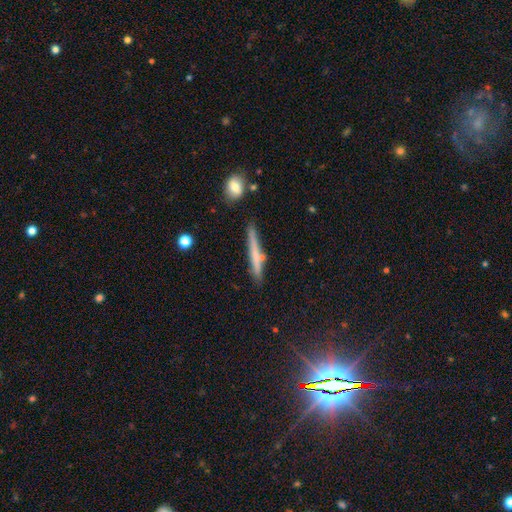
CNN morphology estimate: Smooth or featured: smooth — 53% (featured or disk — 39%)
How rounded: cigar-shaped — 95% (in between — 3%)
Merging: none — 77% (minor disturbance — 15%)